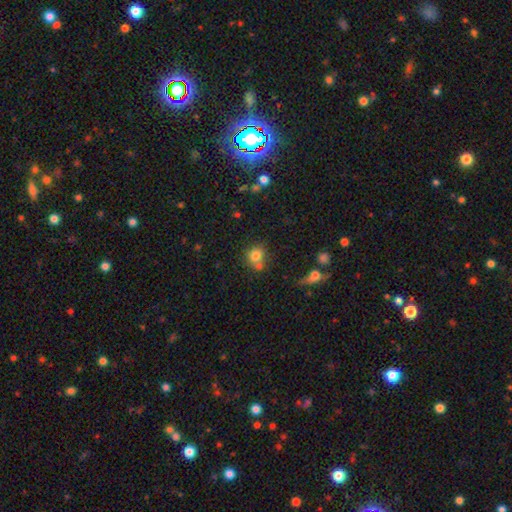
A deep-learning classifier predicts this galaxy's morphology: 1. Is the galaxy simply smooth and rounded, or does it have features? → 77% smooth, 12% star or artifact, 11% featured or disk.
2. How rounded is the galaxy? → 76% round, 23% in between, 1% cigar-shaped.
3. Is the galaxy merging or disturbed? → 53% none, 24% merger, 16% minor disturbance, 6% major disturbance.